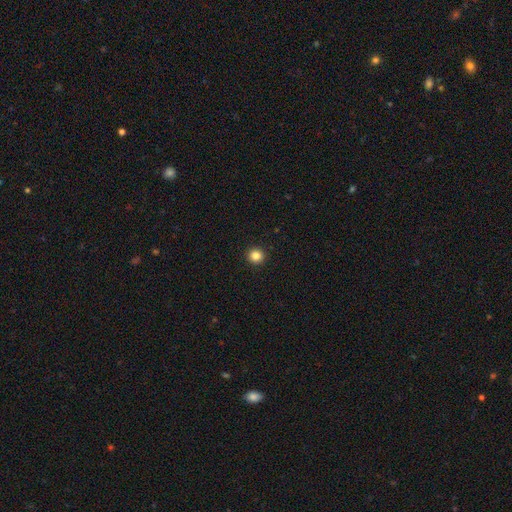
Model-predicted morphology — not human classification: This appears to be a smooth galaxy with no disk features (84%) that is round (94%). Merging: none (94%).